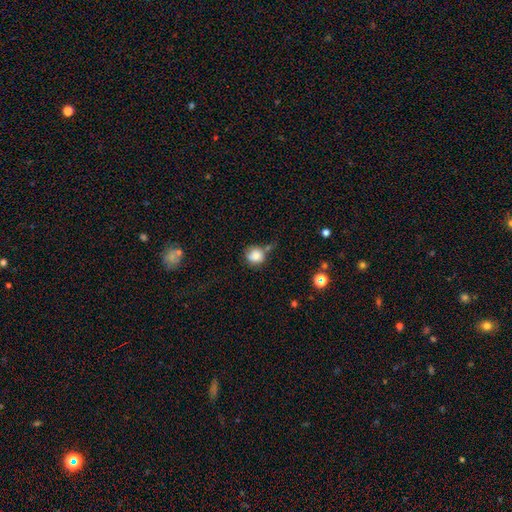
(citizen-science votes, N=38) Smooth or featured: smooth — 82% (featured or disk — 11%)
How rounded: round — 97% (in between — 3%)
Merging: none — 54% (minor disturbance — 34%)